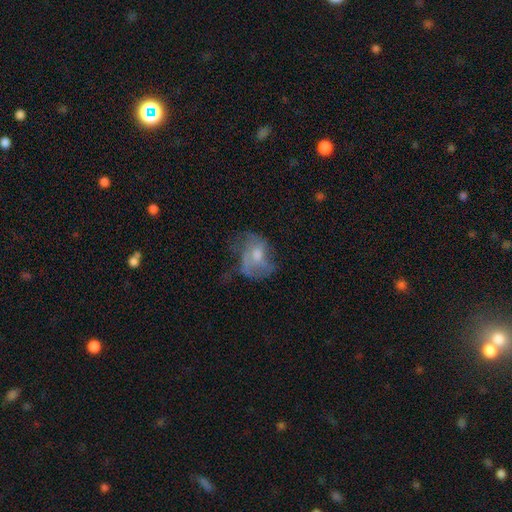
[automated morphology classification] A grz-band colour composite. It shows a featured or disk galaxy (56%) with no bar (70%), no spiral arms (54%) and a moderate central bulge (52%). Merging: major disturbance (37%).